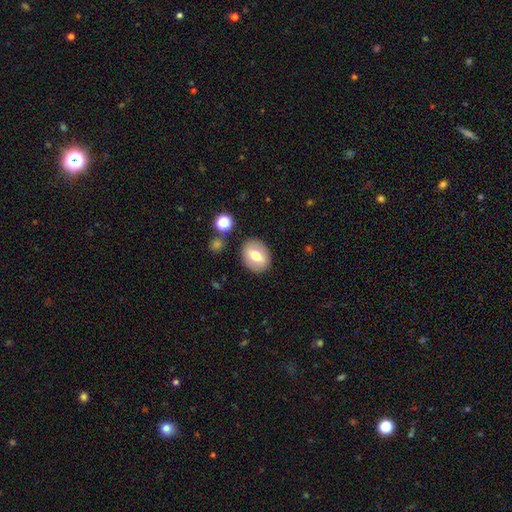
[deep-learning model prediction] smooth-or-featured: smooth: 63% | featured or disk: 29% | star or artifact: 8%
  how-rounded: in between: 52% | round: 47% | cigar-shaped: 1%
  merging: none: 85% | minor disturbance: 9% | major disturbance: 3% | merger: 3%